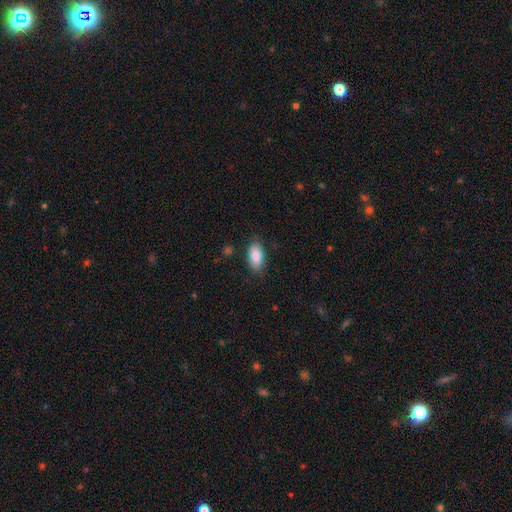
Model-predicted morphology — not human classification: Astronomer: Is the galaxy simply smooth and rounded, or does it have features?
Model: smooth — 84%.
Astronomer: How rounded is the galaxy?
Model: in between — 92%.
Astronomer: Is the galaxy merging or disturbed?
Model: none — 82%.